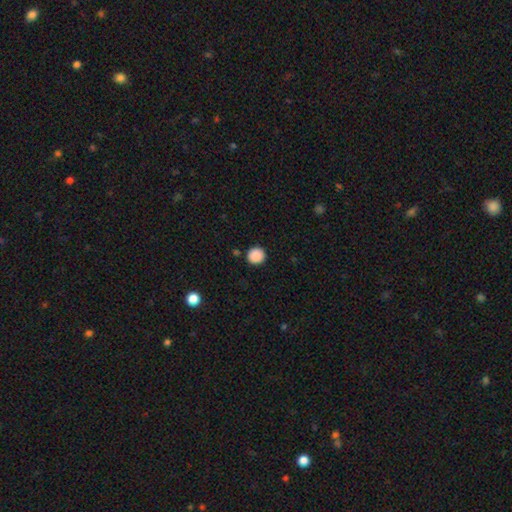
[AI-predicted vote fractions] Smooth or featured? smooth (88%)
How rounded? round (94%)
Merging? none (89%)